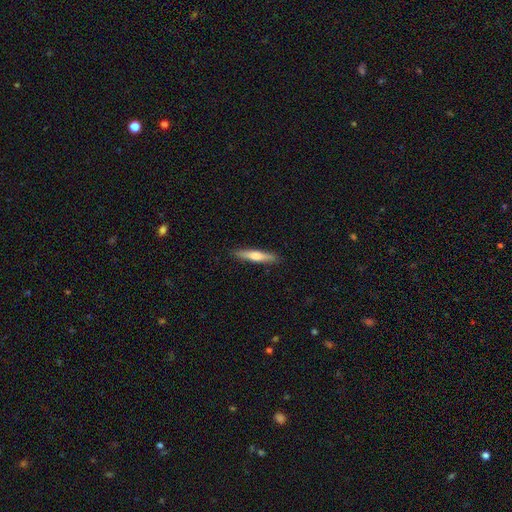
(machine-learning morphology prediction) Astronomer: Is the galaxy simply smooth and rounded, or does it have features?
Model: smooth — 54% (runner-up: featured or disk, 41%).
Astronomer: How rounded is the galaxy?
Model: cigar-shaped — 88%.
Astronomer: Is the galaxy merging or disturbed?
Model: none — 90%.